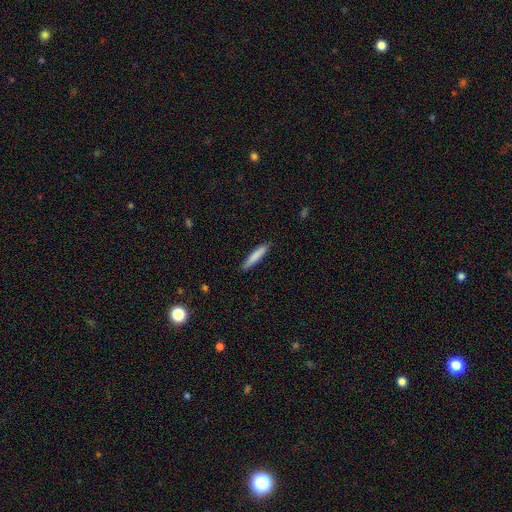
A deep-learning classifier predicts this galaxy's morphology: A smooth galaxy with no disk features (81%) that is cigar-shaped (91%). Merging: none (89%).